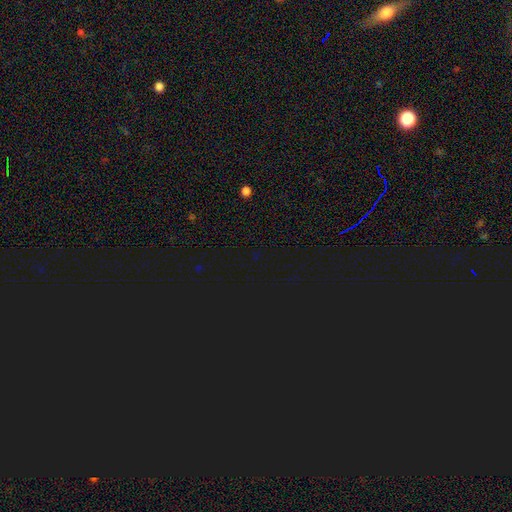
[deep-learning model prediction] A star or artifact, not a galaxy (75%).

Vote fractions:
- Smooth or featured? star or artifact: 75% / smooth: 19% / featured or disk: 6%